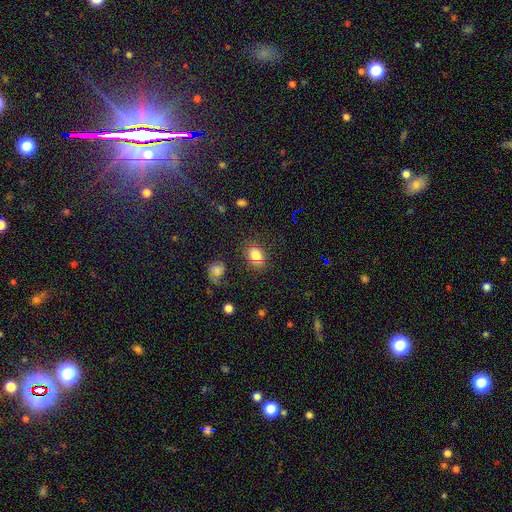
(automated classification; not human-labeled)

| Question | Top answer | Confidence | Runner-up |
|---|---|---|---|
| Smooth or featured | smooth | 80% | star or artifact (12%) |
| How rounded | in between | 69% | round (30%) |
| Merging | none | 78% | minor disturbance (15%) |